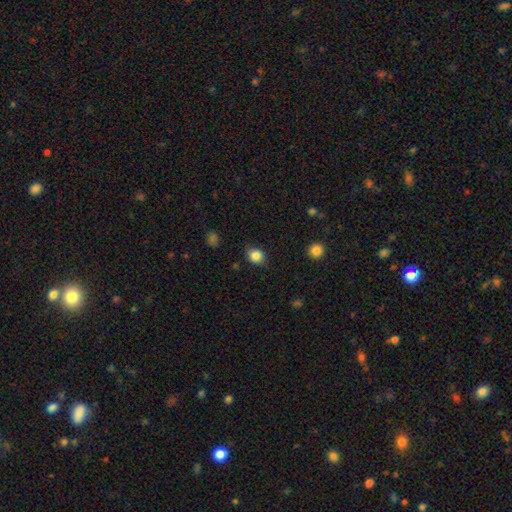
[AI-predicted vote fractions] Q: Smooth or featured?
A: smooth (85%); runner-up: star or artifact (10%)
Q: How rounded?
A: round (73%); runner-up: in between (27%)
Q: Merging?
A: none (83%); runner-up: minor disturbance (13%)